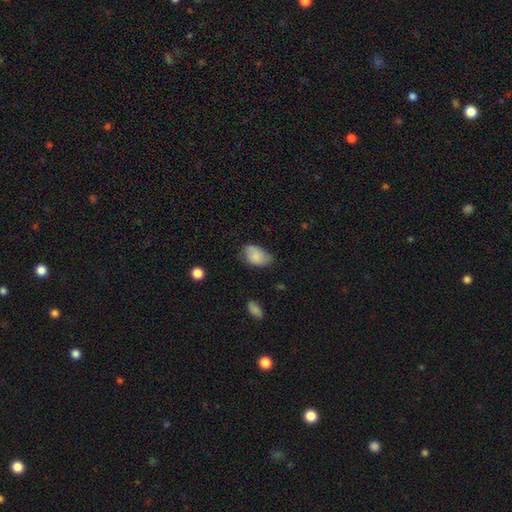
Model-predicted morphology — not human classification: Smooth or featured?
  - smooth: 82% *
  - featured or disk: 11%
  - star or artifact: 8%
How rounded?
  - in between: 91% *
  - round: 8%
  - cigar-shaped: 1%
Merging?
  - none: 52% *
  - minor disturbance: 37%
  - major disturbance: 9%
  - merger: 2%